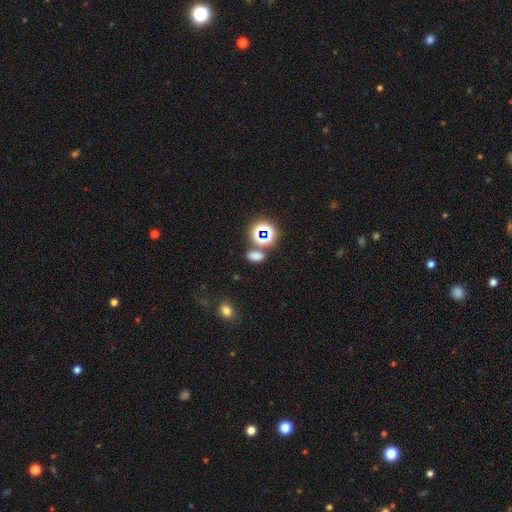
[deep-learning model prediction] A smooth galaxy with no disk features (68%) that is in between round and cigar-shaped (80%).

Vote fractions:
- Smooth or featured? smooth: 68% / star or artifact: 25% / featured or disk: 6%
- How rounded? in between: 80% / round: 16% / cigar-shaped: 4%
- Merging? none: 71% / merger: 14% / minor disturbance: 11% / major disturbance: 4%